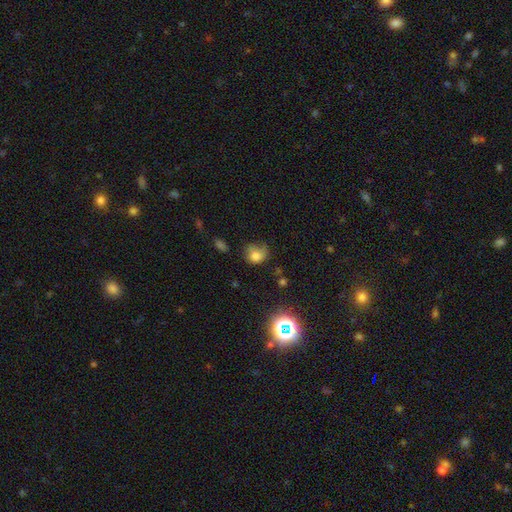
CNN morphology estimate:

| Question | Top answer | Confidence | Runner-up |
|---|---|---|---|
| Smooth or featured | smooth | 72% | star or artifact (15%) |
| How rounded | round | 58% | in between (41%) |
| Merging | none | 39% | minor disturbance (33%) |